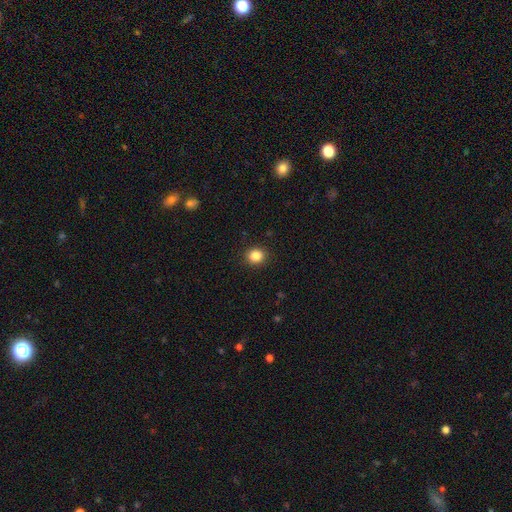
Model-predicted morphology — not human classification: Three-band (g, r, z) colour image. It shows a smooth galaxy with no disk features (85%) that is round (83%). Merging: none (91%).